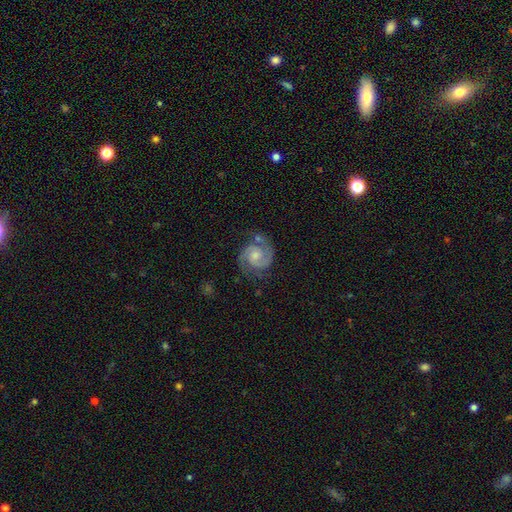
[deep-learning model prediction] Smooth or featured?
  - featured or disk: 89% *
  - smooth: 6%
  - star or artifact: 5%
Edge-on disk?
  - no: 98% *
  - yes: 2%
Bar?
  - no: 61% *
  - weak: 34%
  - strong: 6%
Spiral arms?
  - yes: 98% *
  - no: 2%
Spiral winding?
  - medium: 46% * (tied)
  - tight: 46% * (tied)
  - loose: 8%
Spiral arm count?
  - 2: 92% *
  - 3: 2%
  - can't tell: 2%
  - 1: 1%
  - 4: 1%
  - more than 4: 1%
Bulge size?
  - moderate: 46% *
  - small: 35%
  - none: 11%
  - large: 6%
  - dominant: 1%
Merging?
  - none: 70% *
  - minor disturbance: 18%
  - major disturbance: 6%
  - merger: 5%